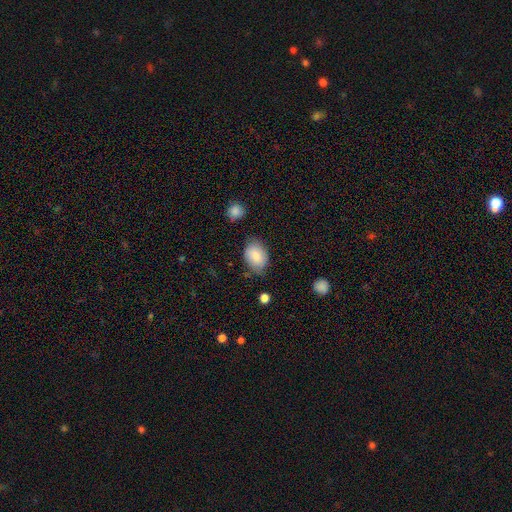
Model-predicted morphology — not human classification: This is clearly a smooth galaxy (83%). How rounded: clearly in between (81%). Merging: likely none (70%).